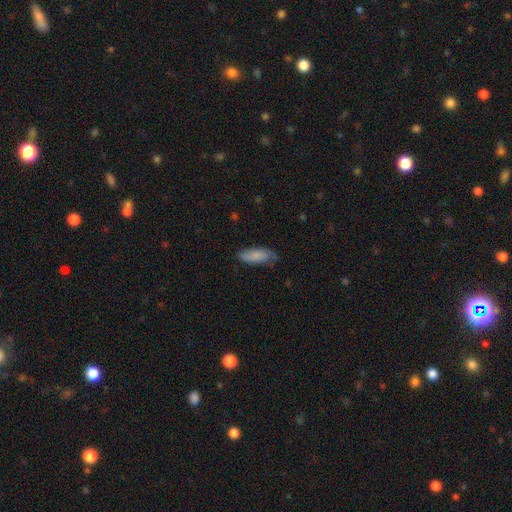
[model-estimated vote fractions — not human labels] This appears to be a smooth galaxy with no disk features (81%) that is in between round and cigar-shaped (74%). Merging: none (68%).